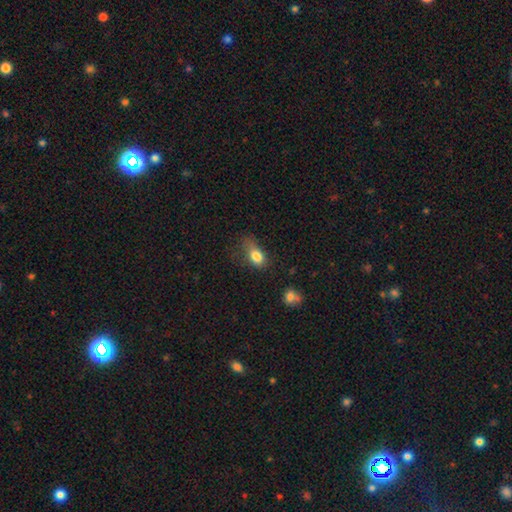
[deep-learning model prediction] Smooth or featured? Predicted: smooth (p=0.81). How rounded? Predicted: in between (p=0.76). Merging? Predicted: minor disturbance (p=0.36).